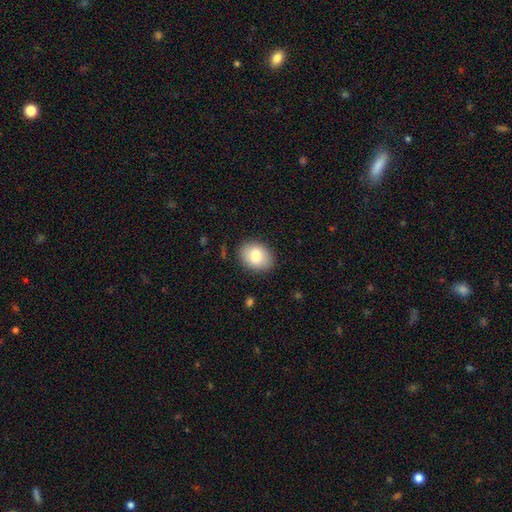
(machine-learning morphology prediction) A smooth galaxy with no disk features (82%) that is in between round and cigar-shaped (72%). Merging: none (85%).